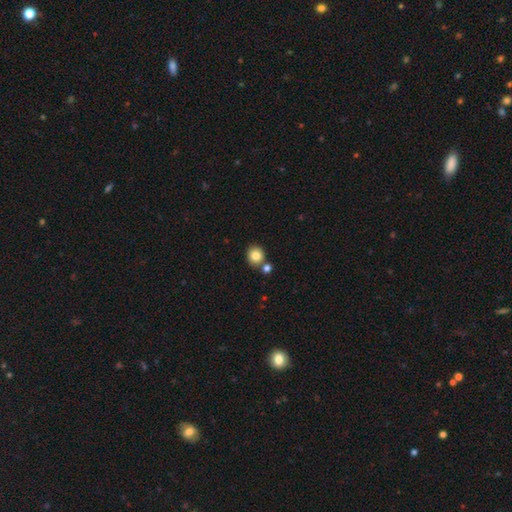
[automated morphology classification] Smooth or featured?
  - smooth: 84% *
  - star or artifact: 10%
  - featured or disk: 6%
How rounded?
  - round: 84% *
  - in between: 15%
  - cigar-shaped: 1%
Merging?
  - none: 72% *
  - merger: 18%
  - minor disturbance: 8%
  - major disturbance: 2%